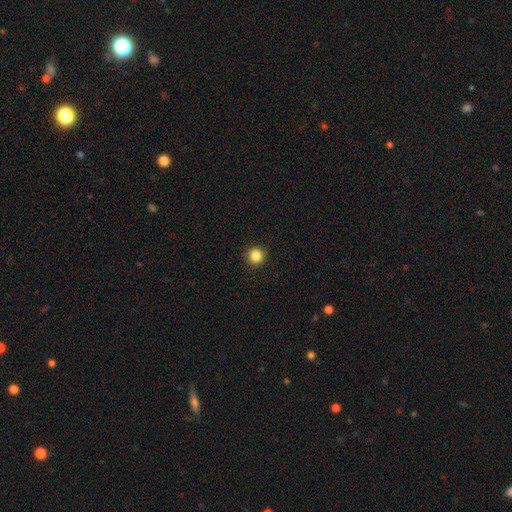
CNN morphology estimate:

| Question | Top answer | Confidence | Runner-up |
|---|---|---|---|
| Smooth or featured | smooth | 84% | star or artifact (12%) |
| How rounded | round | 95% | in between (4%) |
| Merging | none | 93% | minor disturbance (5%) |